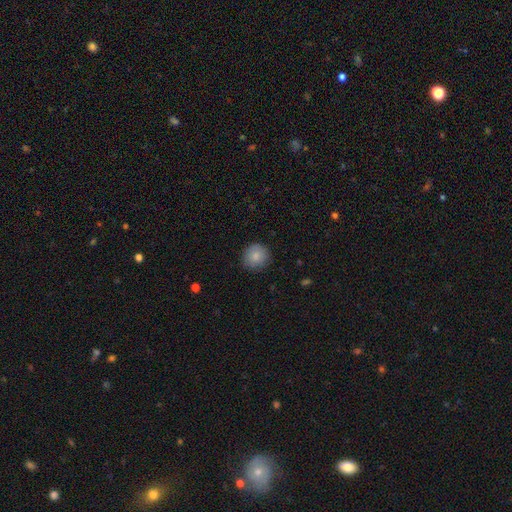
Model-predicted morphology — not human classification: Smooth or featured? Predicted: smooth (p=0.84). How rounded? Predicted: round (p=0.91). Merging? Predicted: none (p=0.87).